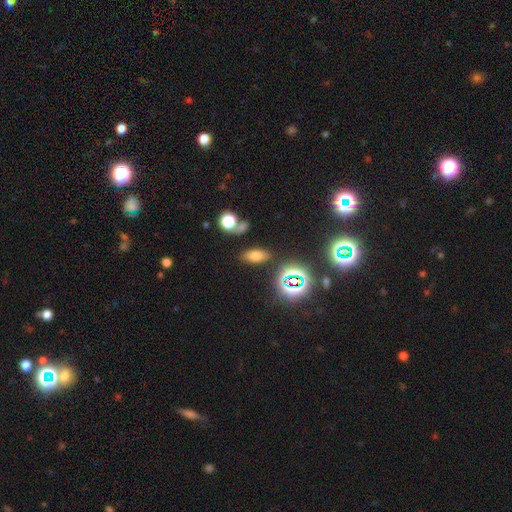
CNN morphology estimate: This is likely a smooth galaxy (67%). How rounded: clearly in between (83%). Merging: clearly none (82%).